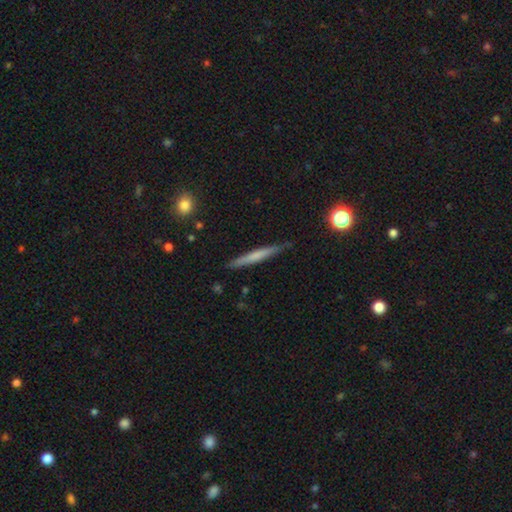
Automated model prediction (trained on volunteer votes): Overall: smooth (52%; featured or disk 42%). How rounded: cigar-shaped (95%). Merging: none (86%).